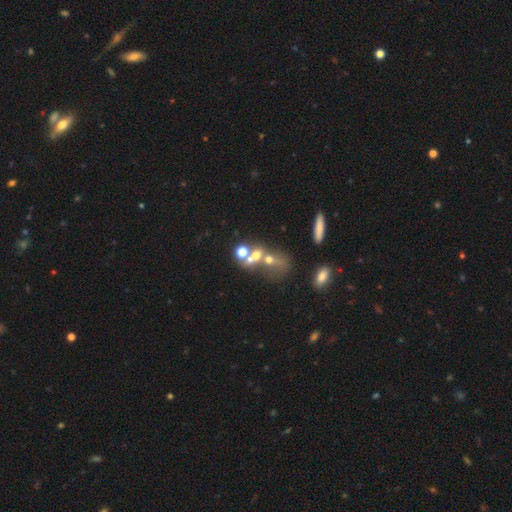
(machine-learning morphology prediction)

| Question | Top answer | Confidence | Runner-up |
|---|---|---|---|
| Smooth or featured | smooth | 49% | featured or disk (29%) |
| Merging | merger | 59% | none (26%) |